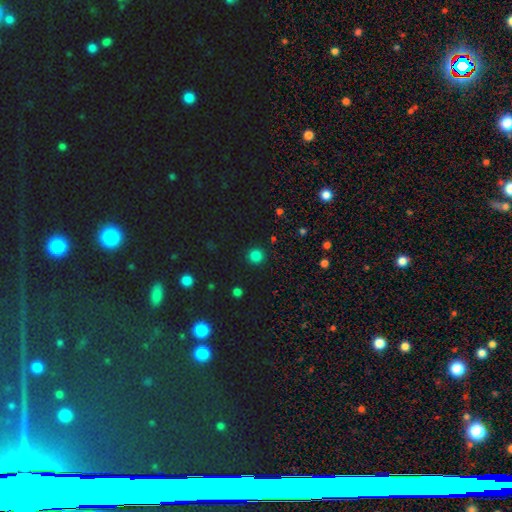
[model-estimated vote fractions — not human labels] Morphology: type=smooth (81%); roundness=round (95%); merging=none (92%).